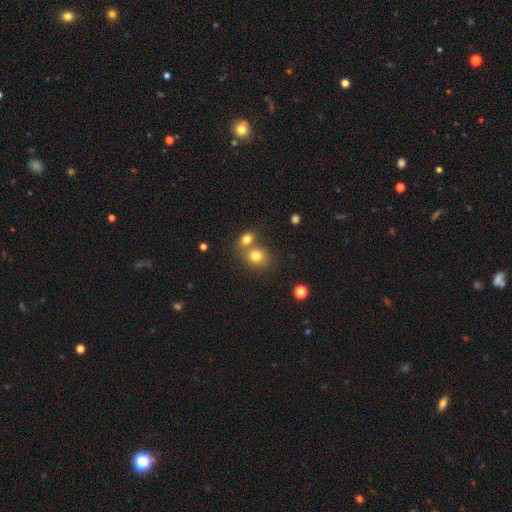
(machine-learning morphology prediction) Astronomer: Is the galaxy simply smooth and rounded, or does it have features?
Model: smooth — 78%.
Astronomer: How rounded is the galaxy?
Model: round — 71%.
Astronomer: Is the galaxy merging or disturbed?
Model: none — 47% (runner-up: merger, 42%).